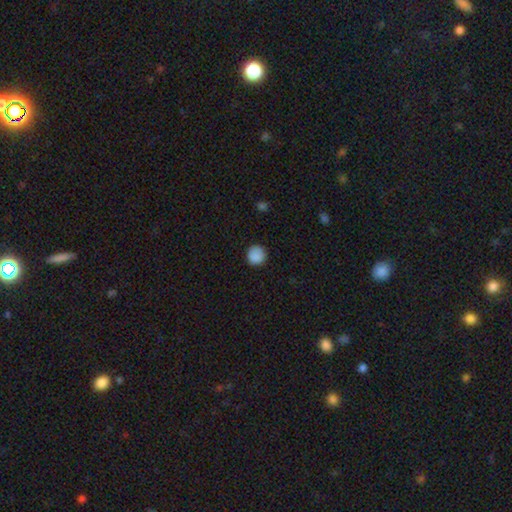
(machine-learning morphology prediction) The model was most divided on "merging": none: 87%, minor disturbance: 9%, major disturbance: 2%, merger: 1%. More confident: how rounded — round (93%); smooth or featured — smooth (88%).